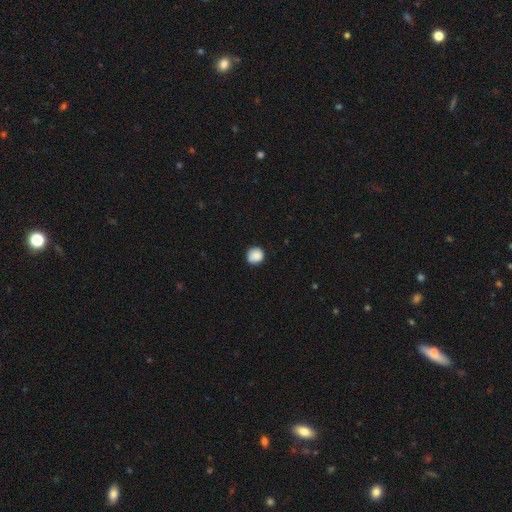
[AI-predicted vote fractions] A smooth galaxy with no disk features (88%) that is round (92%). Merging: none (87%).